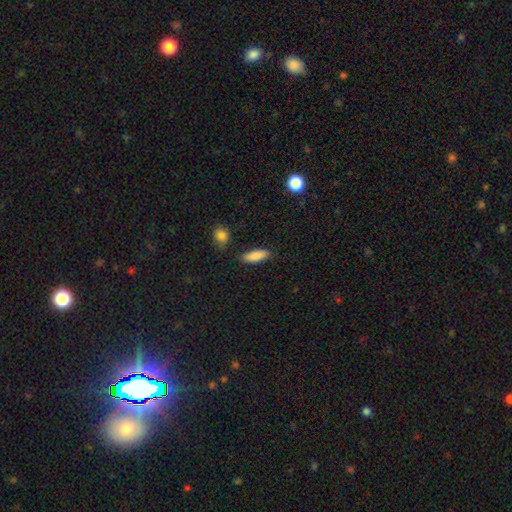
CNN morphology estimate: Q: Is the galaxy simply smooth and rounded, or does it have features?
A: smooth — 86%.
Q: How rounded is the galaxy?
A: in between — 63%.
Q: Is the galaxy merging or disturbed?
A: none — 82%.